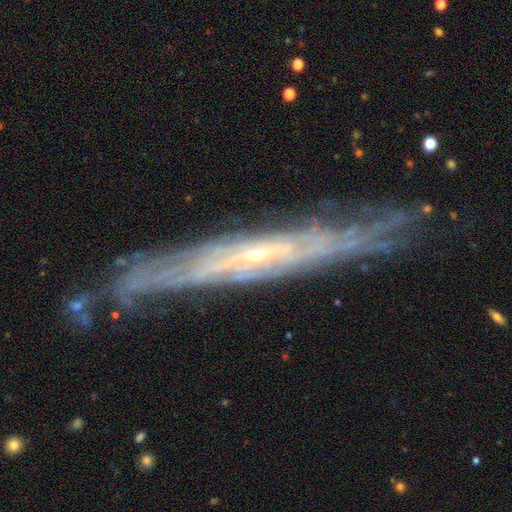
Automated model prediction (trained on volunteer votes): This appears to be a featured or disk galaxy (83%) viewed edge-on (61%) with no central bulge (54%). Merging: none (77%).